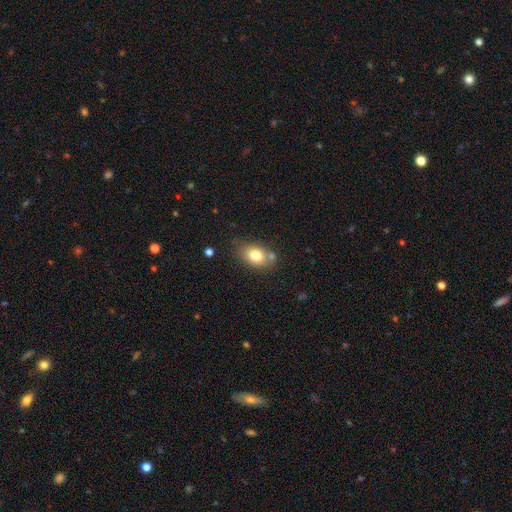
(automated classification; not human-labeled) A smooth galaxy with no disk features (78%) that is in between round and cigar-shaped (72%).

Vote fractions:
- Smooth or featured? smooth: 78% / featured or disk: 12% / star or artifact: 10%
- How rounded? in between: 72% / round: 27% / cigar-shaped: 1%
- Merging? none: 68% / minor disturbance: 17% / merger: 10% / major disturbance: 5%